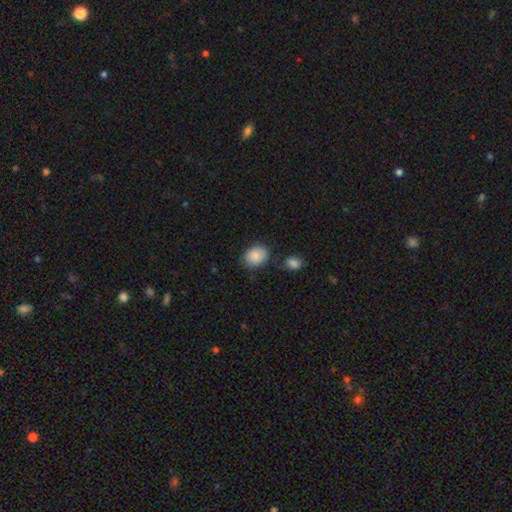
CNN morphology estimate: The model was most divided on "how rounded": in between: 69%, round: 30%, cigar-shaped: 1%. More confident: smooth or featured — smooth (88%); merging — none (74%).